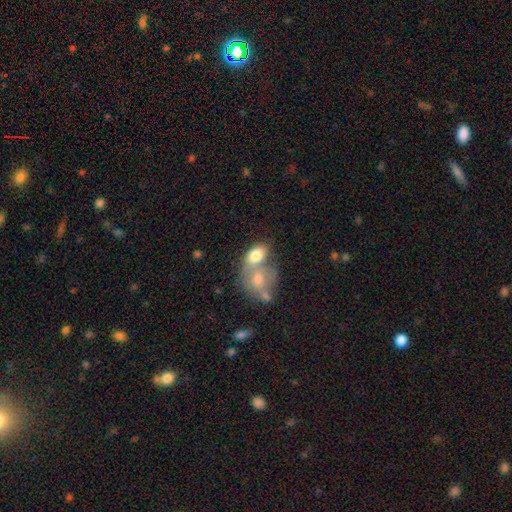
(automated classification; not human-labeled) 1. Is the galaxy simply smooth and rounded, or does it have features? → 73% smooth, 19% featured or disk, 8% star or artifact.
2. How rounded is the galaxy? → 79% in between, 20% round, 2% cigar-shaped.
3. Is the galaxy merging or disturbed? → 62% merger, 23% none, 9% minor disturbance, 6% major disturbance.